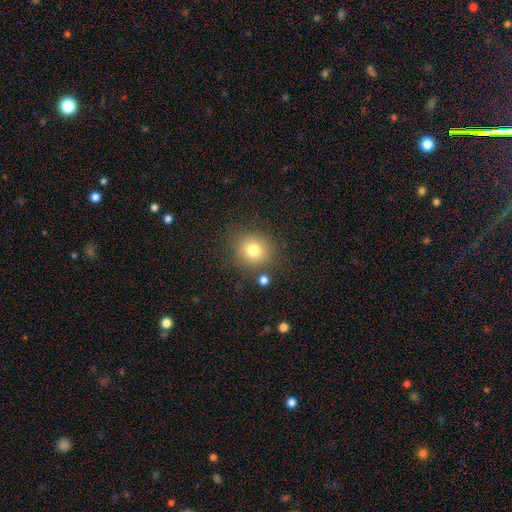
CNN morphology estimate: smooth-or-featured: smooth: 60% | star or artifact: 32% | featured or disk: 8%
  how-rounded: round: 90% | in between: 9% | cigar-shaped: 1%
  merging: none: 88% | minor disturbance: 7% | merger: 3% | major disturbance: 3%